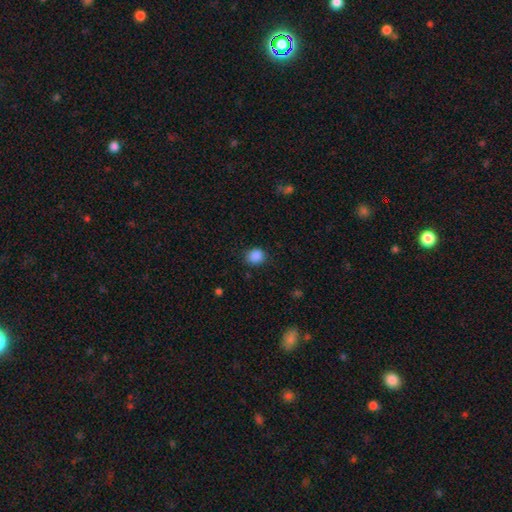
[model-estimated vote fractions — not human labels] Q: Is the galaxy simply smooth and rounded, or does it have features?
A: smooth — 87%.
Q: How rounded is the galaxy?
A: round — 68%.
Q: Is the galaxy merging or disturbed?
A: none — 84%.